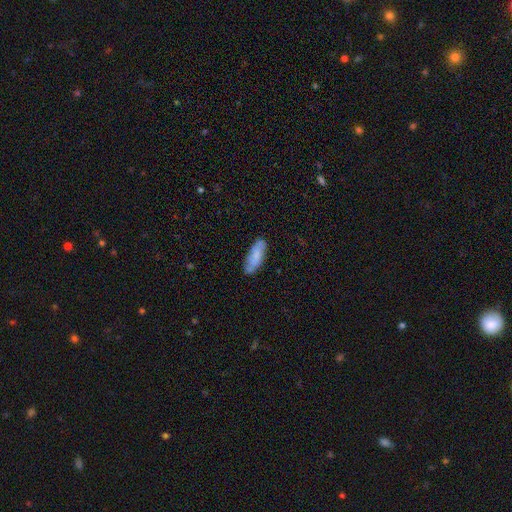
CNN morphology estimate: type=smooth (68%); roundness=in between (64%); merging=none (73%).